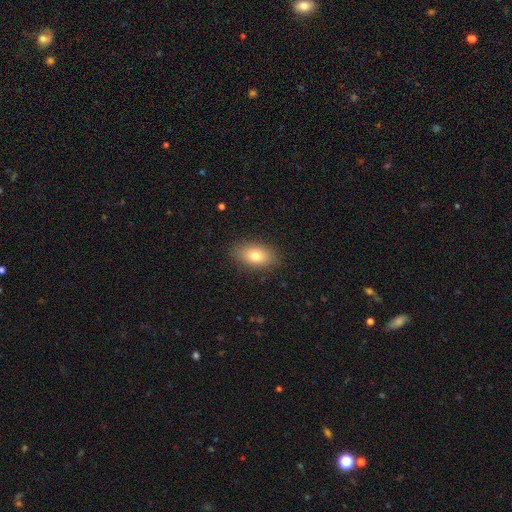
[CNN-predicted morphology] A smooth galaxy with no disk features (78%) that is in between round and cigar-shaped (87%).

Vote fractions:
- Smooth or featured? smooth: 78% / featured or disk: 14% / star or artifact: 9%
- How rounded? in between: 87% / round: 11% / cigar-shaped: 2%
- Merging? none: 87% / minor disturbance: 9% / major disturbance: 3% / merger: 1%